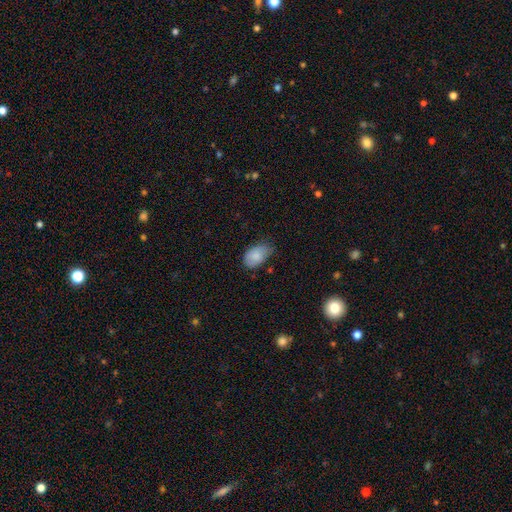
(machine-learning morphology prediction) Smooth or featured? Predicted: smooth (p=0.85). How rounded? Predicted: in between (p=0.92). Merging? Predicted: none (p=0.54).